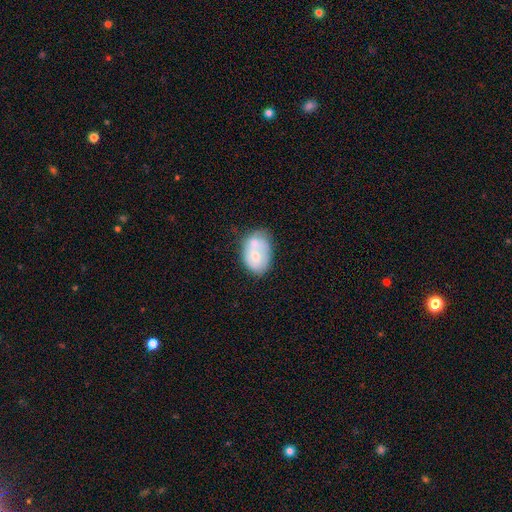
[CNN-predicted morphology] type=smooth (54%); roundness=in between (78%); merging=merger (45%).